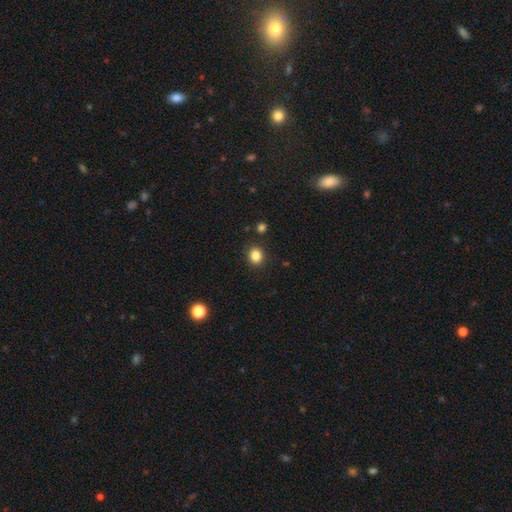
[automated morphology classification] Smooth or featured?
  - smooth: 85% *
  - star or artifact: 11%
  - featured or disk: 4%
How rounded?
  - round: 70% *
  - in between: 29%
  - cigar-shaped: 1%
Merging?
  - none: 88% *
  - minor disturbance: 7%
  - major disturbance: 2%
  - merger: 2%